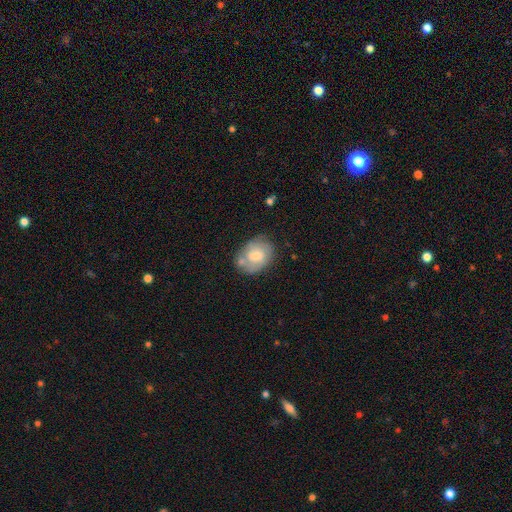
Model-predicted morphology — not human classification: The model was most divided on "smooth or featured": smooth: 61%, featured or disk: 32%, star or artifact: 7%. More confident: how rounded — in between (71%); merging — none (55%).